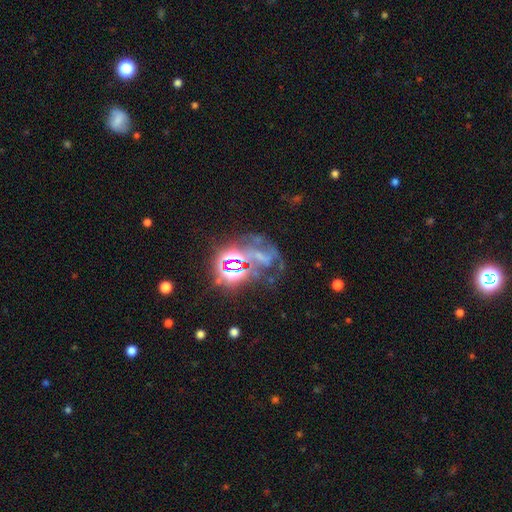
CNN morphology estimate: A star or artifact, not a galaxy (50%).

Vote fractions:
- Smooth or featured? star or artifact: 50% / featured or disk: 34% / smooth: 17%